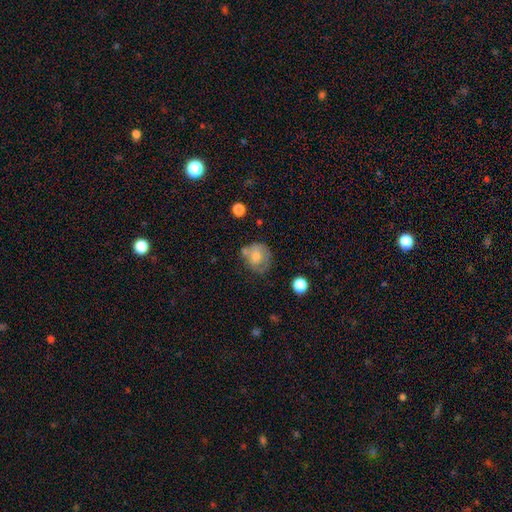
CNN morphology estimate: smooth_or_featured: smooth (p=0.63) [alt: featured or disk p=0.28]
how_rounded: round (p=0.73) [alt: in between p=0.26]
merging: none (p=0.42) [alt: minor disturbance p=0.26]